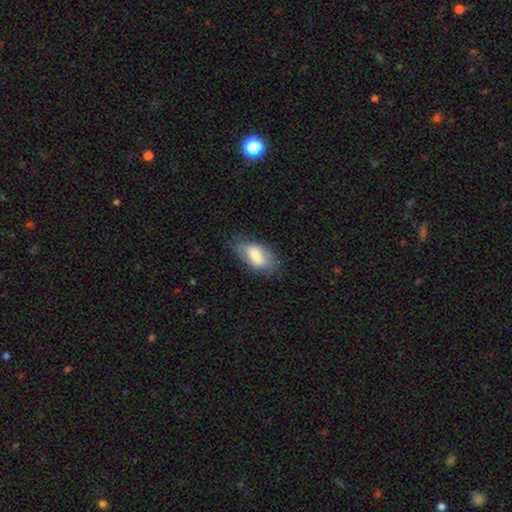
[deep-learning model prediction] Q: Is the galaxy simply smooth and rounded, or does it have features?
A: smooth — 66%.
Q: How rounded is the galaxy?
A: in between — 91%.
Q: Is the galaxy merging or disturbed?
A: none — 61%.